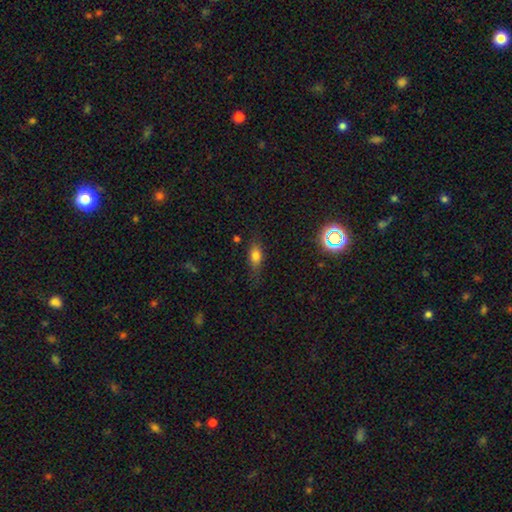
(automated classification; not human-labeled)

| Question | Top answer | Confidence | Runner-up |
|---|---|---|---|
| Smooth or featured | smooth | 71% | featured or disk (16%) |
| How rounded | in between | 74% | cigar-shaped (17%) |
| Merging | none | 71% | minor disturbance (20%) |